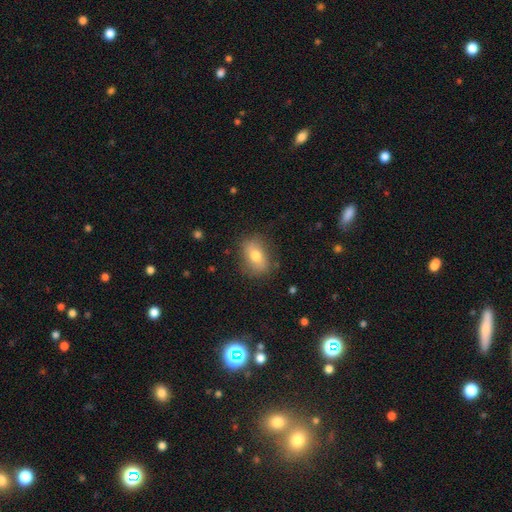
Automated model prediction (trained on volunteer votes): smooth-or-featured: smooth: 72% | featured or disk: 20% | star or artifact: 8%
  how-rounded: in between: 78% | round: 19% | cigar-shaped: 2%
  merging: none: 80% | minor disturbance: 15% | major disturbance: 4% | merger: 1%